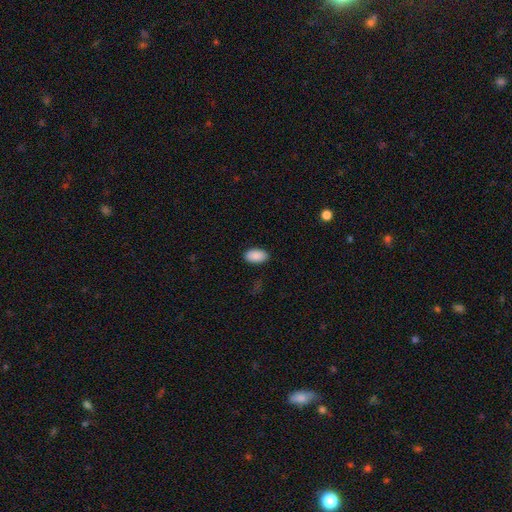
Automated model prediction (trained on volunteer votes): smooth 90%, star or artifact 7%, featured or disk 3%. Down the decision tree: how rounded — in between (94%); merging — none (89%).